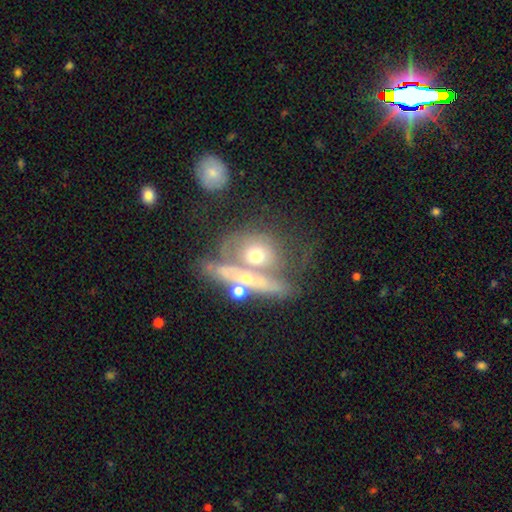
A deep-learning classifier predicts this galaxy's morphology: Q: Smooth or featured?
A: featured or disk (48%); runner-up: smooth (39%)
Q: Merging?
A: merger (48%); runner-up: none (24%)